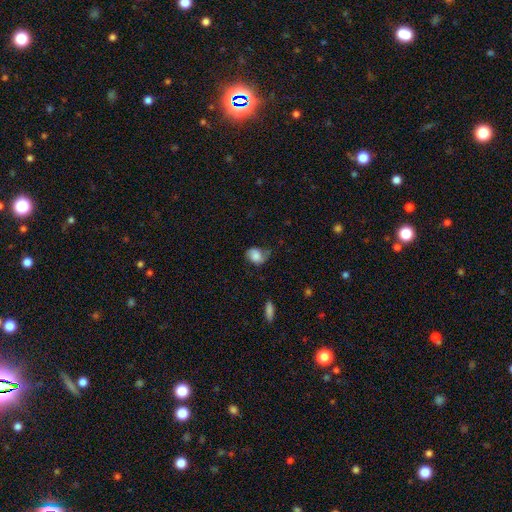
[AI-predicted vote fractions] smooth-or-featured: smooth: 73% | featured or disk: 19% | star or artifact: 8%
  how-rounded: in between: 58% | round: 40% | cigar-shaped: 1%
  merging: none: 48% | minor disturbance: 36% | major disturbance: 14% | merger: 2%